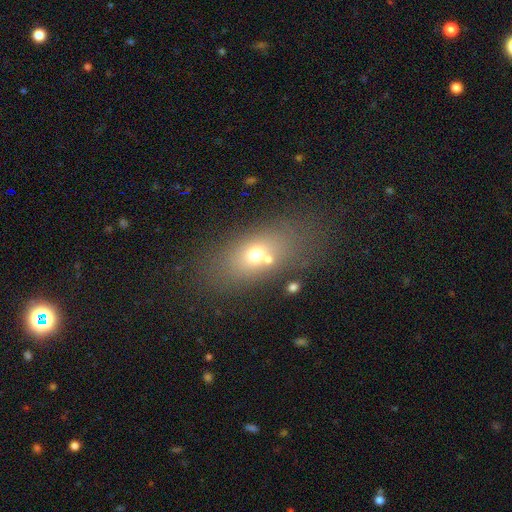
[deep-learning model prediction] Overall: smooth (62%). How rounded: in between (74%). Merging: none (62%).